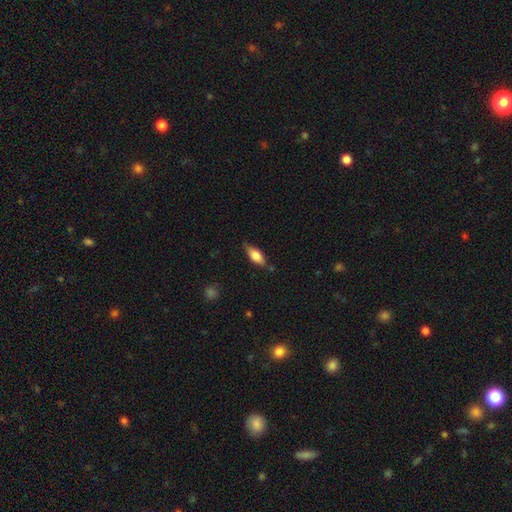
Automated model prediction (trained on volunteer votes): Smooth or featured: smooth — 75% (featured or disk — 18%)
How rounded: in between — 81% (cigar-shaped — 17%)
Merging: none — 72% (minor disturbance — 22%)